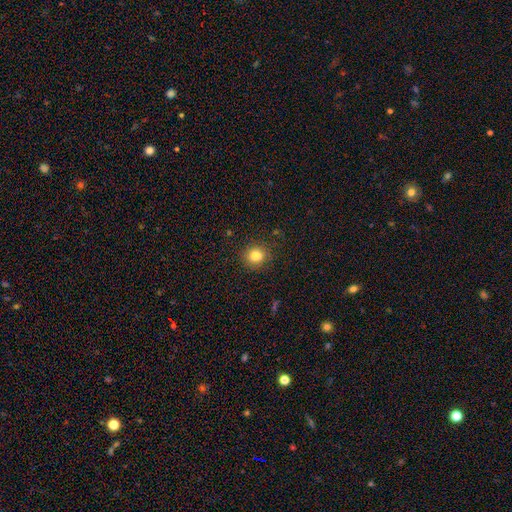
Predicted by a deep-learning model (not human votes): This appears to be a smooth galaxy with no disk features (83%) that is round (76%). Merging: none (84%).